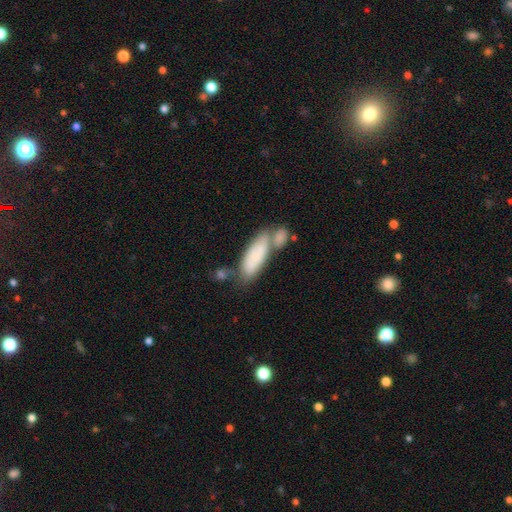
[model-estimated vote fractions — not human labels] smooth 75%, featured or disk 18%, star or artifact 7%. Down the decision tree: how rounded — in between (61%); merging — merger (43%).